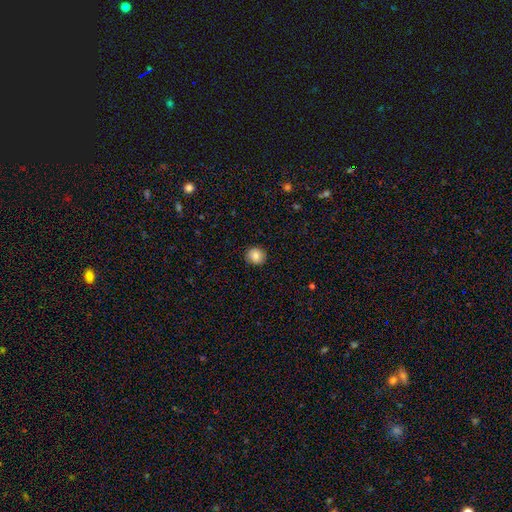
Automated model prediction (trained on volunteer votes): This appears to be a smooth galaxy with no disk features (84%) that is round (87%). Merging: none (88%).